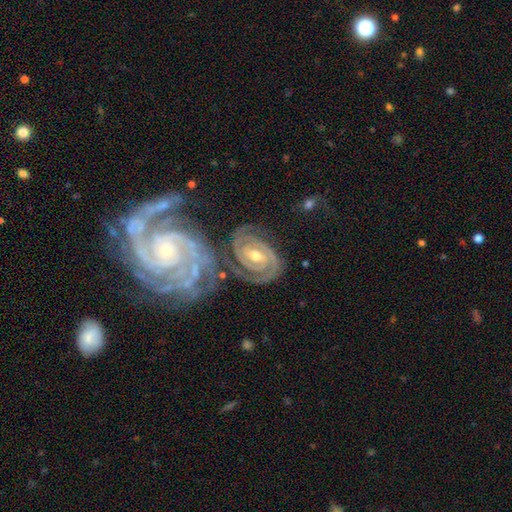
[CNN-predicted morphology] This is clearly a featured or disk galaxy (90%). It is clearly not viewed edge-on (97%). Bar: marginally no (39%). Spiral arm pattern: clearly yes (98%). Spiral arm count: likely 2 (65%). Spiral winding: likely tight (78%). Central bulge: likely moderate (61%). Merging: likely none (61%).